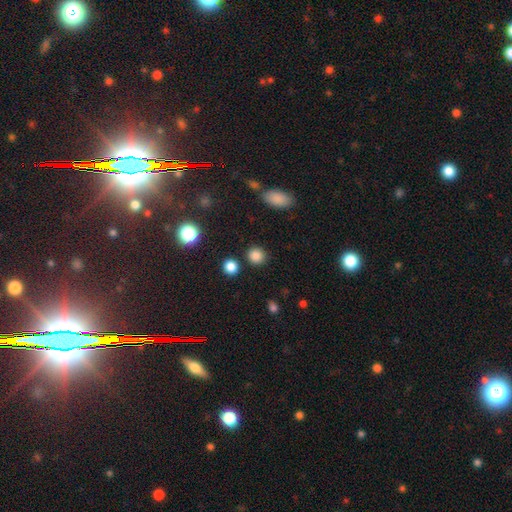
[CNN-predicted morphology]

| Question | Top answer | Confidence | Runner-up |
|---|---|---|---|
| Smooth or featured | smooth | 85% | star or artifact (12%) |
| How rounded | round | 88% | in between (11%) |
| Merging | none | 87% | minor disturbance (7%) |